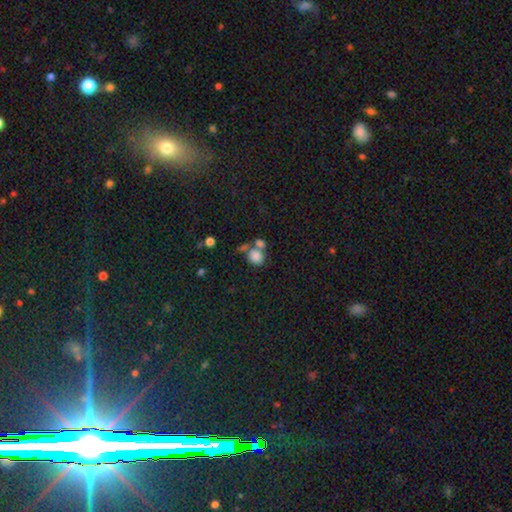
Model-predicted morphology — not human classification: Smooth or featured? Predicted: smooth (p=0.81). How rounded? Predicted: round (p=0.57). Merging? Predicted: merger (p=0.42).